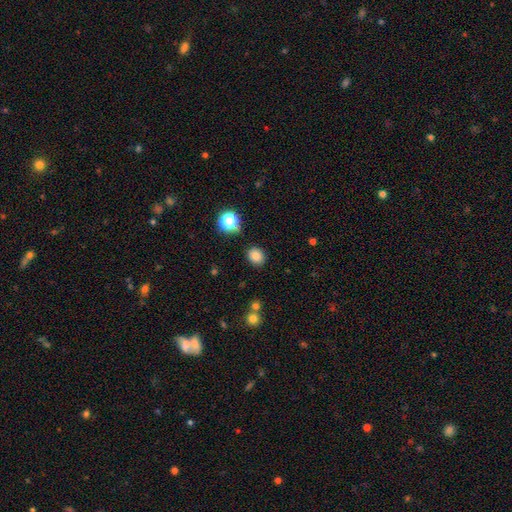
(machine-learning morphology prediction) Smooth or featured? Predicted: smooth (p=0.83). How rounded? Predicted: round (p=0.63). Merging? Predicted: none (p=0.85).